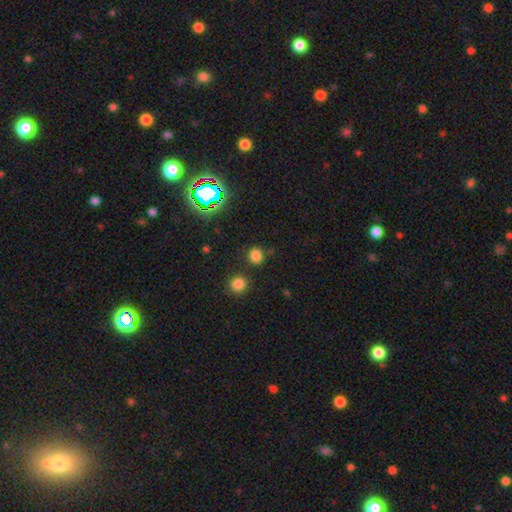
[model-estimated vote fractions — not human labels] This appears to be a smooth galaxy with no disk features (75%) that is round (85%). Merging: none (83%).